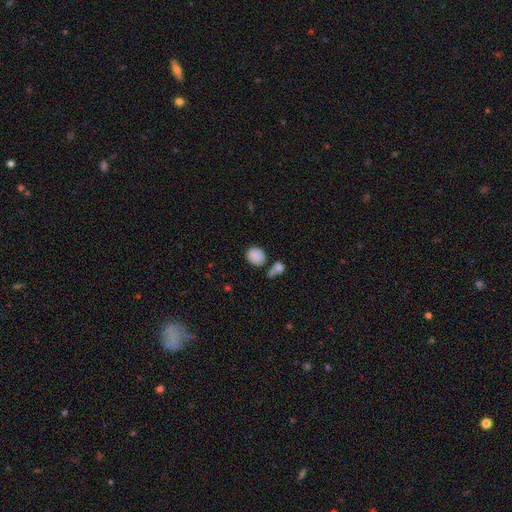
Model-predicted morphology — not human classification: smooth_or_featured: smooth (p=0.87) [alt: star or artifact p=0.08]
how_rounded: round (p=0.72) [alt: in between p=0.27]
merging: none (p=0.58) [alt: merger p=0.24]